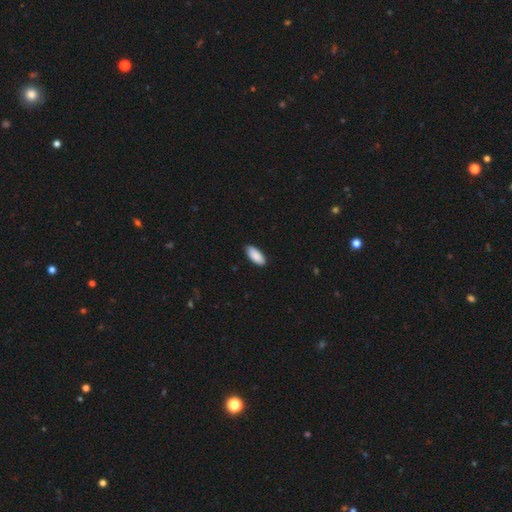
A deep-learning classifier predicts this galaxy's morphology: The model was most divided on "how rounded": in between: 88%, cigar-shaped: 10%, round: 2%. More confident: smooth or featured — smooth (91%); merging — none (88%).